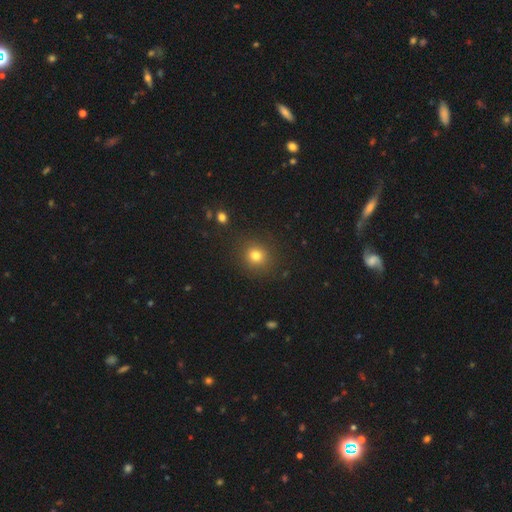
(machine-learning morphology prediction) smooth_or_featured: smooth (p=0.79) [alt: star or artifact p=0.14]
how_rounded: round (p=0.85) [alt: in between p=0.14]
merging: none (p=0.88) [alt: minor disturbance p=0.08]